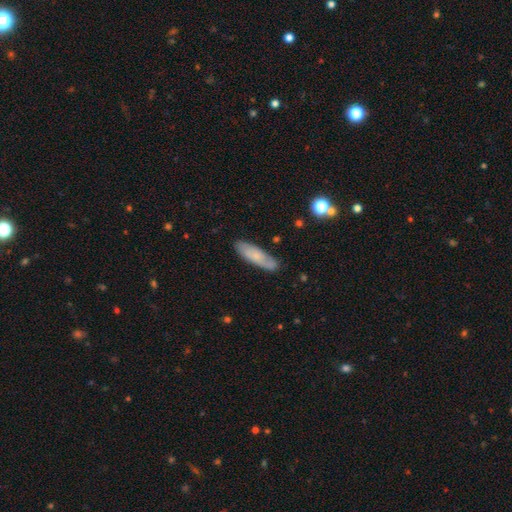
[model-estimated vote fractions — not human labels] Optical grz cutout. It shows a smooth galaxy with no disk features (61%) that is cigar-shaped (56%). Merging: none (81%).